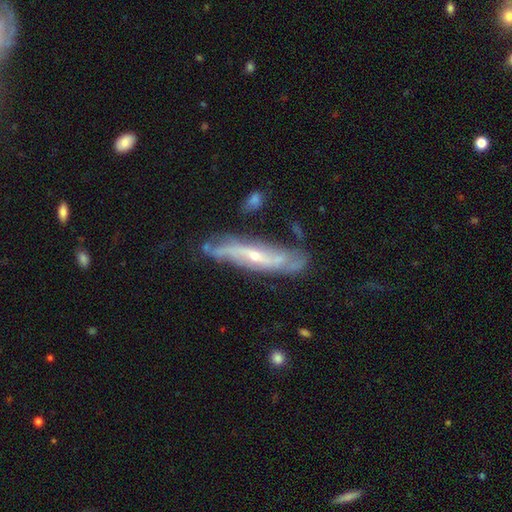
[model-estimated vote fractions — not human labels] Q: Smooth or featured?
A: featured or disk (81%); runner-up: smooth (13%)
Q: Edge-on disk?
A: no (64%); runner-up: yes (36%)
Q: Bar?
A: no (42%); runner-up: weak (33%)
Q: Spiral arms?
A: yes (89%); runner-up: no (11%)
Q: Bulge size?
A: small (66%); runner-up: moderate (30%)
Q: Merging?
A: none (65%); runner-up: minor disturbance (23%)